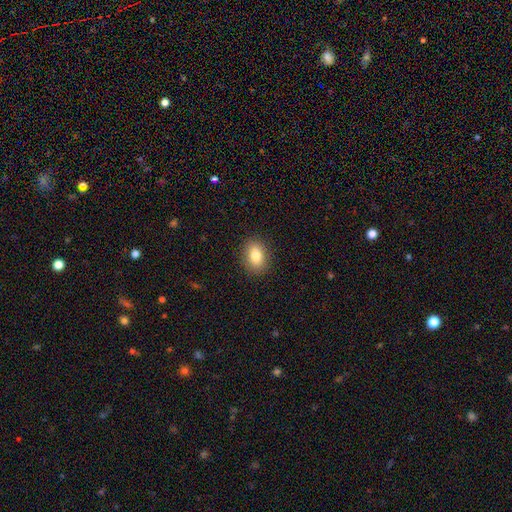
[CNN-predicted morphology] Smooth or featured?
  - smooth: 81% *
  - featured or disk: 10%
  - star or artifact: 9%
How rounded?
  - in between: 75% *
  - round: 23%
  - cigar-shaped: 2%
Merging?
  - none: 89% *
  - minor disturbance: 8%
  - major disturbance: 2%
  - merger: 1%